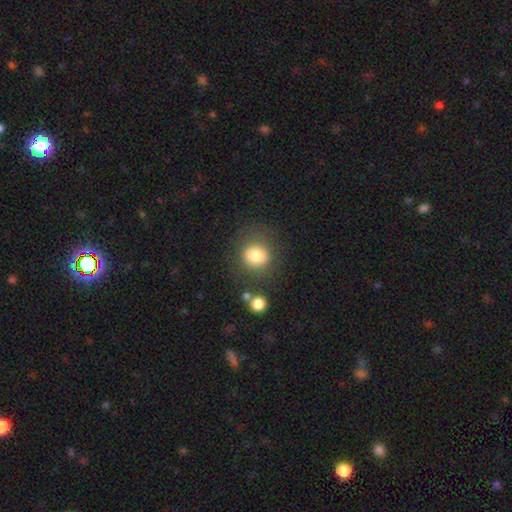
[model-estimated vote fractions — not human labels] Smooth or featured?
  - smooth: 81% *
  - star or artifact: 11%
  - featured or disk: 8%
How rounded?
  - round: 82% *
  - in between: 17%
  - cigar-shaped: 1%
Merging?
  - none: 75% *
  - minor disturbance: 14%
  - major disturbance: 6%
  - merger: 5%